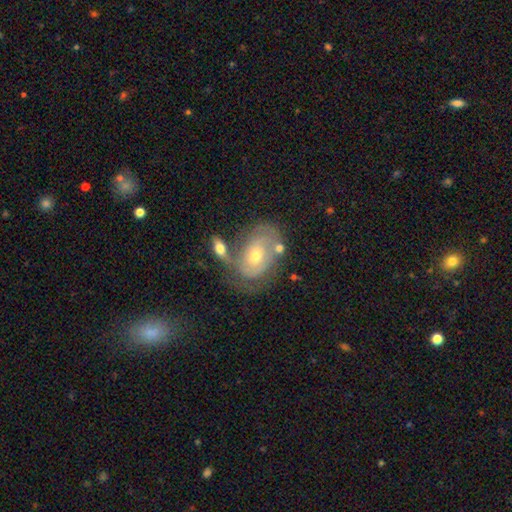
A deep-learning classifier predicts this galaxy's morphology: Smooth or featured?
  - featured or disk: 67% *
  - smooth: 25%
  - star or artifact: 8%
Edge-on disk?
  - no: 95% *
  - yes: 5%
Bar?
  - no: 74% *
  - weak: 22%
  - strong: 5%
Spiral arms?
  - yes: 75% *
  - no: 25%
Bulge size?
  - moderate: 50% *
  - small: 46%
  - large: 2%
  - none: 1%
  - dominant: 1%
Merging?
  - none: 46% *
  - minor disturbance: 21%
  - merger: 20%
  - major disturbance: 13%